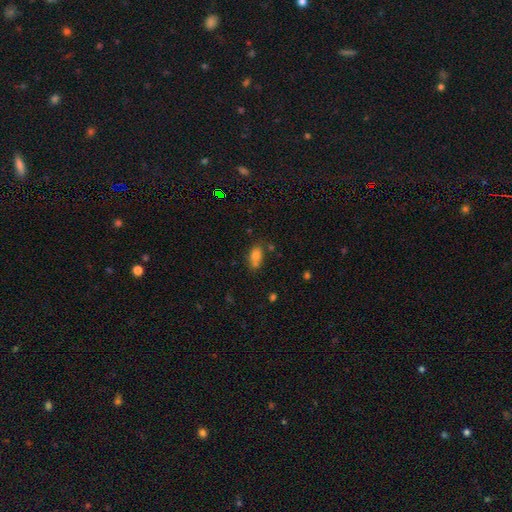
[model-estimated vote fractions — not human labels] Smooth or featured: smooth — 77% (star or artifact — 12%)
How rounded: in between — 81% (round — 16%)
Merging: none — 54% (merger — 20%)